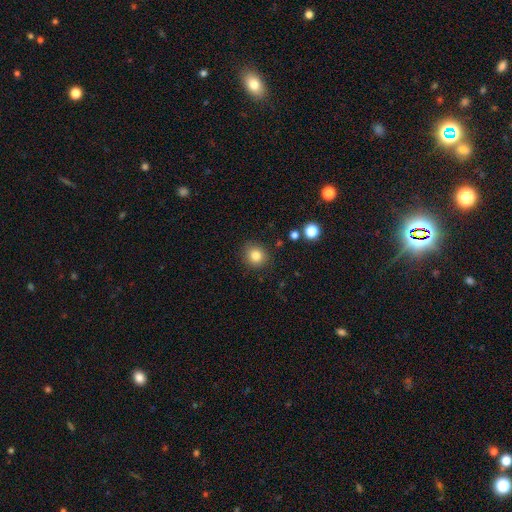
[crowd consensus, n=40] smooth 82%, star or artifact 10%, featured or disk 8%. Down the decision tree: how rounded — round (85%); merging — none (86%).